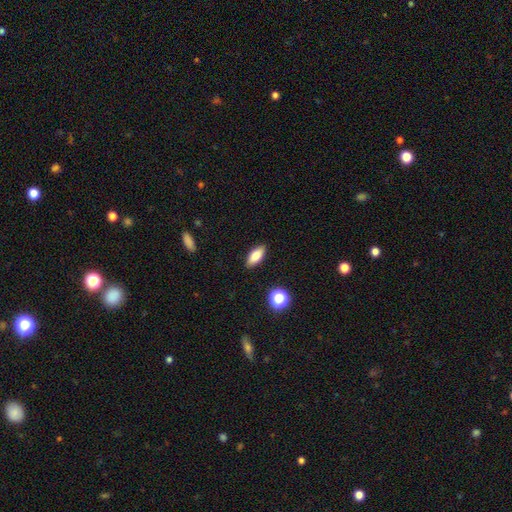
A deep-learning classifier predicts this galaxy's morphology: A smooth galaxy with no disk features (79%) that is in between round and cigar-shaped (82%).

Vote fractions:
- Smooth or featured? smooth: 79% / featured or disk: 13% / star or artifact: 8%
- How rounded? in between: 82% / cigar-shaped: 15% / round: 3%
- Merging? none: 88% / minor disturbance: 8% / major disturbance: 2% / merger: 1%